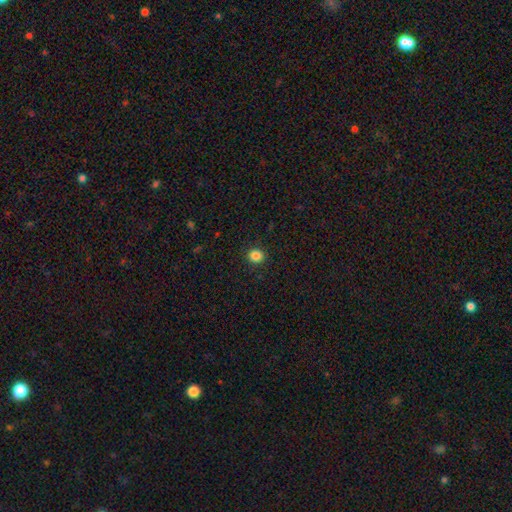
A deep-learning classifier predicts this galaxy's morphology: A smooth galaxy with no disk features (85%) that is round (81%). Merging: none (92%).